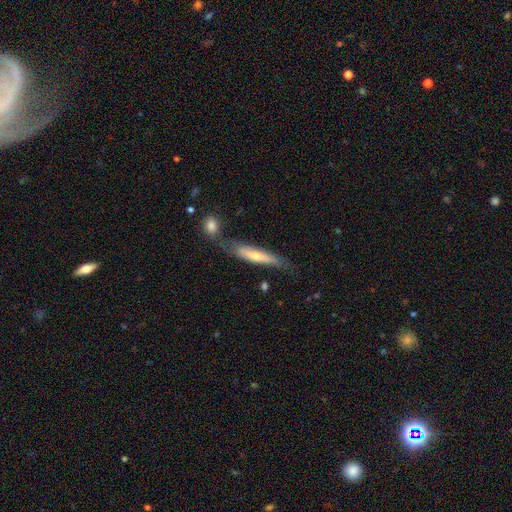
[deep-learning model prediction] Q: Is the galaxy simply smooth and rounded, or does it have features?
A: smooth — 49%.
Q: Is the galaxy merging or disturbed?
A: none — 56%.